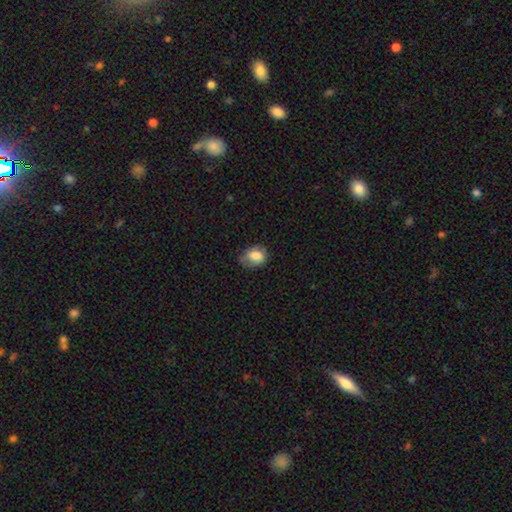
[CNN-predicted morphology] type=smooth (78%); roundness=in between (59%); merging=none (54%).